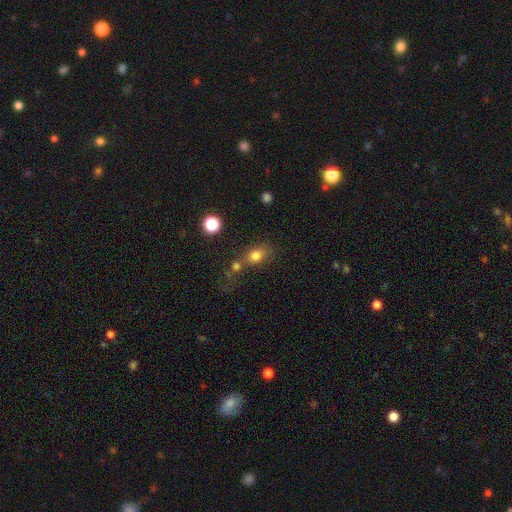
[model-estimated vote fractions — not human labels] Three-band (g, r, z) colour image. It shows a smooth galaxy with no disk features (78%) that is in between round and cigar-shaped (60%). Merging: none (51%).